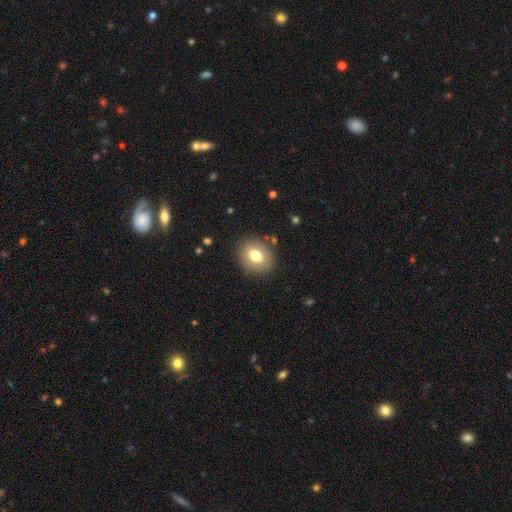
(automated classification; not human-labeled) Q: Smooth or featured?
A: smooth (76%); runner-up: featured or disk (15%)
Q: How rounded?
A: round (60%); runner-up: in between (39%)
Q: Merging?
A: none (86%); runner-up: minor disturbance (9%)